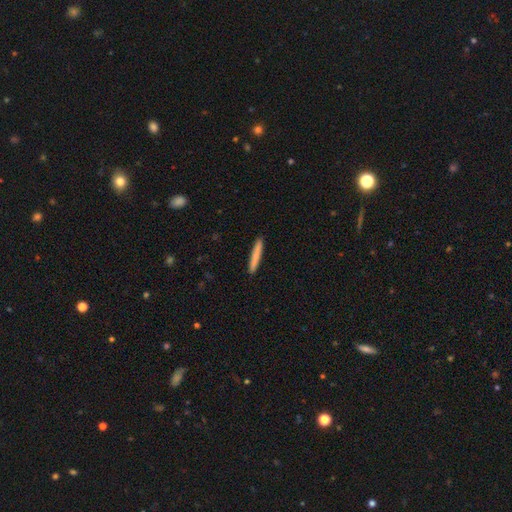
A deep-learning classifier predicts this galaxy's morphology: This appears to be a smooth galaxy with no disk features (80%) that is cigar-shaped (96%). Merging: none (92%).